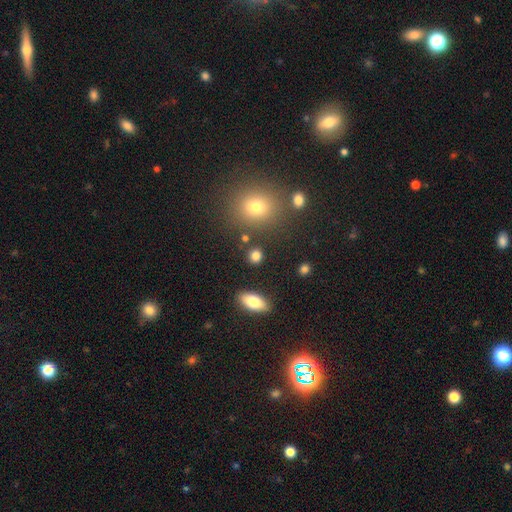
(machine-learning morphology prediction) A smooth galaxy with no disk features (81%) that is round (77%). Merging: none (84%).